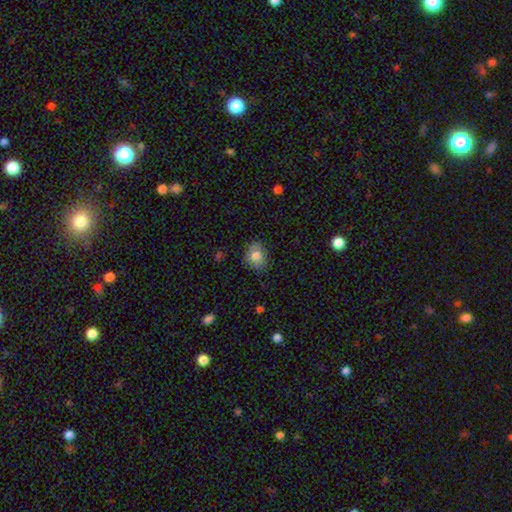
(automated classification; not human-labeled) This is clearly a smooth galaxy (80%). How rounded: possibly round (50%). Merging: likely none (79%).